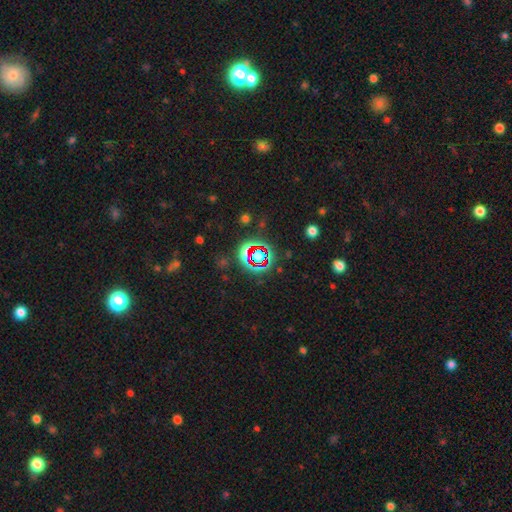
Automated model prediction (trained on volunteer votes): Smooth or featured?
  - star or artifact: 72% *
  - smooth: 18%
  - featured or disk: 10%